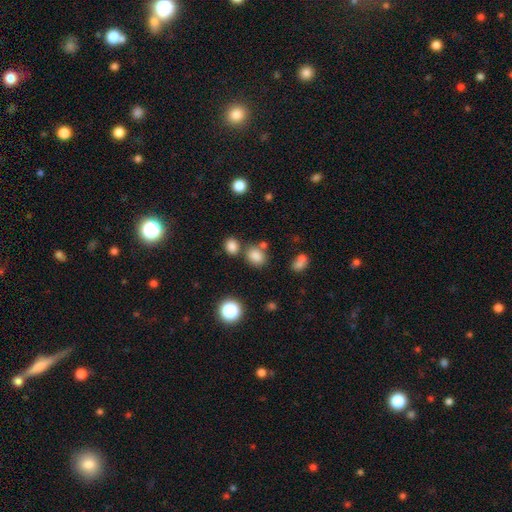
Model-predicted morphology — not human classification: The model was most divided on "how rounded": round: 54%, in between: 45%, cigar-shaped: 1%. More confident: smooth or featured — smooth (80%); merging — none (65%).